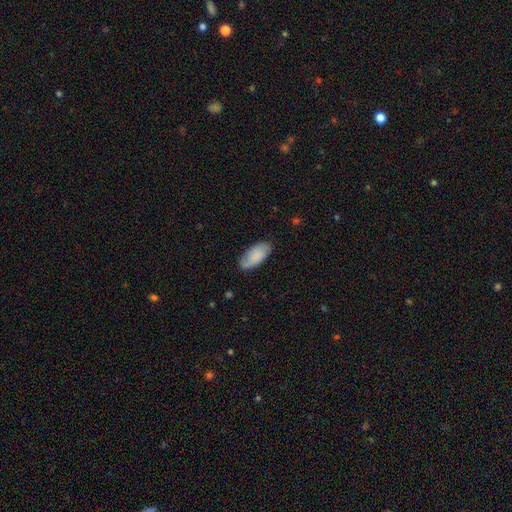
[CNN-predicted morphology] This appears to be a smooth galaxy with no disk features (75%) that is in between round and cigar-shaped (93%). Merging: none (79%).